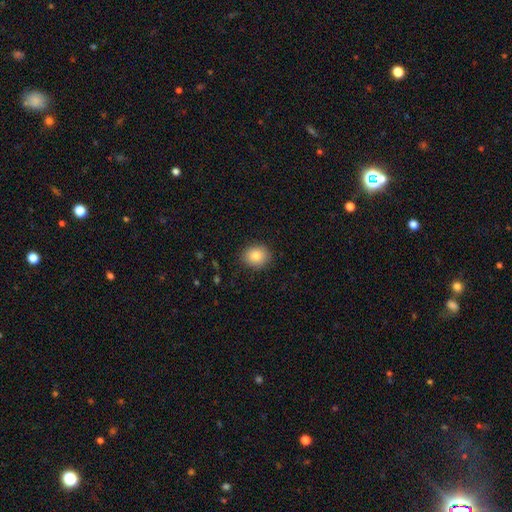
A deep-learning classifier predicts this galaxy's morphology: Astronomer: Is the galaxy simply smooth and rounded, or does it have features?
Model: smooth — 83%.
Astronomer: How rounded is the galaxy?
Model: round — 68%.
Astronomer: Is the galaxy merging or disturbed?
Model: none — 88%.